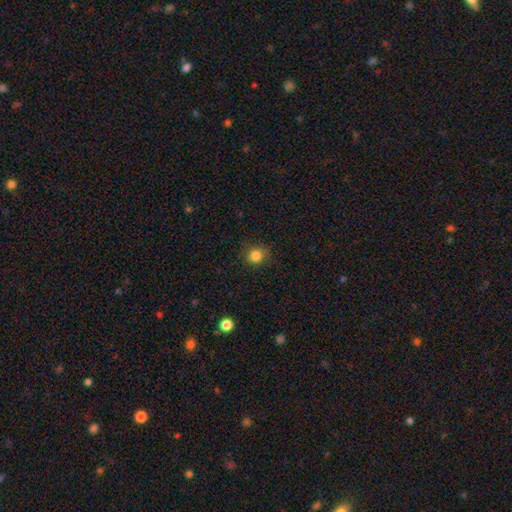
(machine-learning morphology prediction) This appears to be a smooth galaxy with no disk features (84%) that is round (90%). Merging: none (87%).